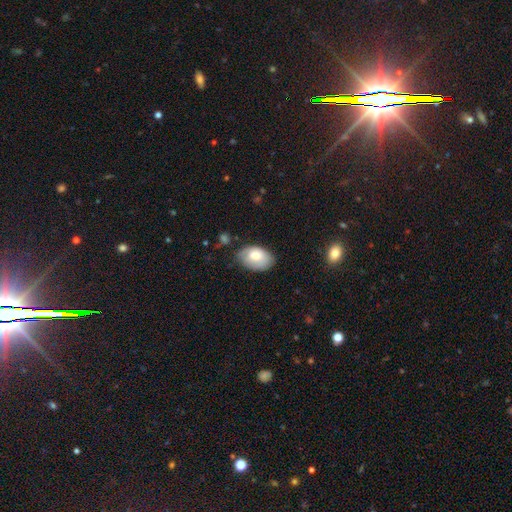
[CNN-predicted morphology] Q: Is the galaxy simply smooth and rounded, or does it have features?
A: smooth — 76%.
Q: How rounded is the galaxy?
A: in between — 90%.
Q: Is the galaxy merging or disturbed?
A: none — 71%.